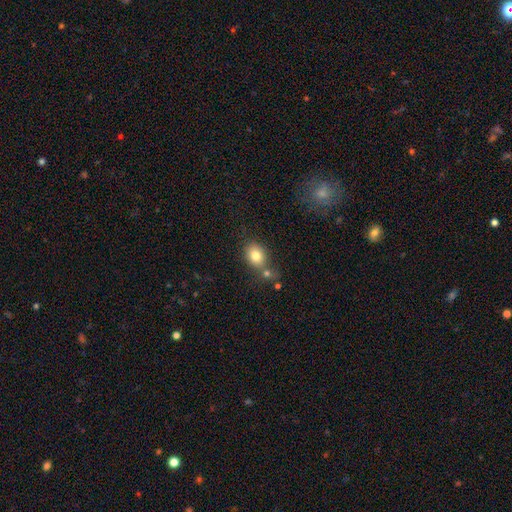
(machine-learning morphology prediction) Q: Smooth or featured?
A: smooth (80%); runner-up: featured or disk (10%)
Q: How rounded?
A: in between (55%); runner-up: round (44%)
Q: Merging?
A: none (56%); runner-up: merger (24%)